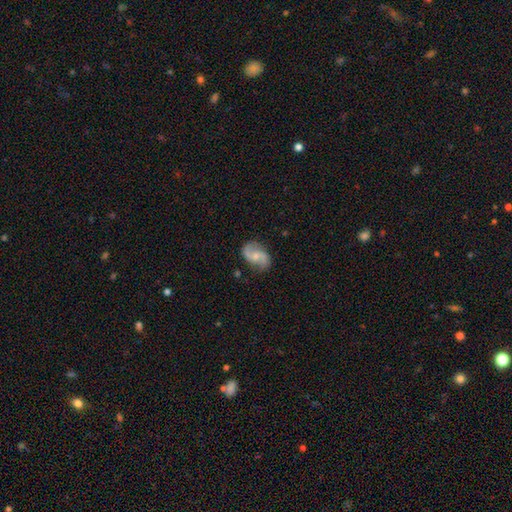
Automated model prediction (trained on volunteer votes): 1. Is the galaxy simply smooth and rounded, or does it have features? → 78% featured or disk, 16% smooth, 6% star or artifact.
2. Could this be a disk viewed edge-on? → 97% no, 3% yes.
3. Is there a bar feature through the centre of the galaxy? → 53% no, 40% weak, 8% strong.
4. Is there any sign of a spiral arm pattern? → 95% yes, 5% no.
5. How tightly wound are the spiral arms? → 52% loose, 37% medium, 11% tight.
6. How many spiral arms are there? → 92% 2, 3% can't tell, 2% 1, 1% 3, 1% 4, 1% more than 4.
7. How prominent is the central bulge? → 48% small, 41% moderate, 8% none, 2% large, 1% dominant.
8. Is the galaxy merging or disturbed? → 78% none, 16% minor disturbance, 5% major disturbance, 2% merger.